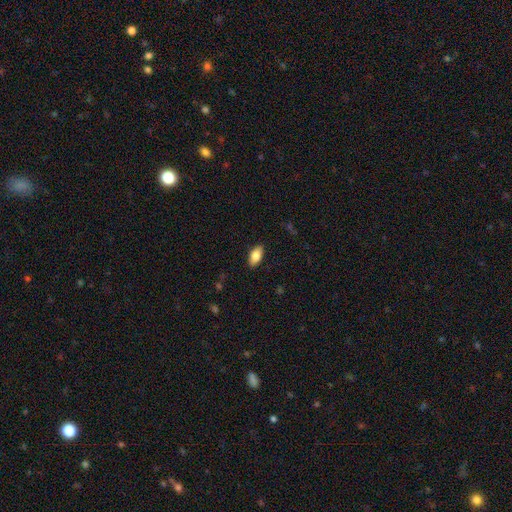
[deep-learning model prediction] Smooth or featured: smooth — 80% (featured or disk — 13%)
How rounded: in between — 90% (cigar-shaped — 7%)
Merging: none — 88% (minor disturbance — 9%)